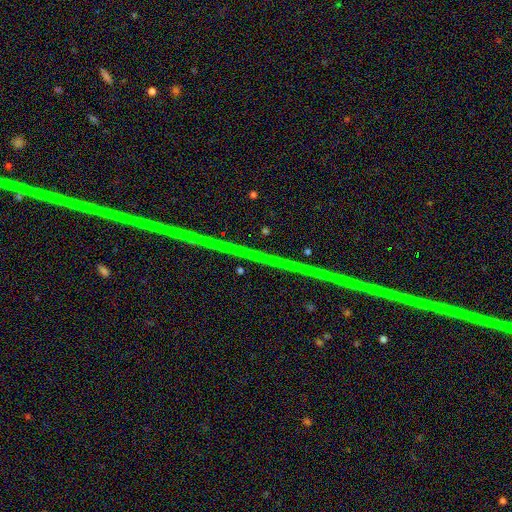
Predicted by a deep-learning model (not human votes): This appears to be a star or artifact, not a galaxy (76%).